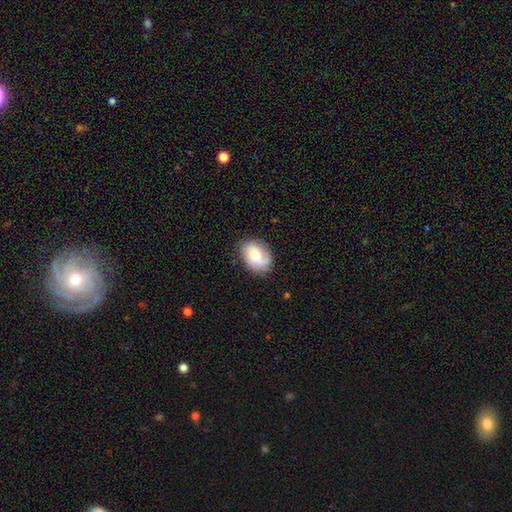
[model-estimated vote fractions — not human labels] Overall: smooth (59%; featured or disk 34%). How rounded: in between (78%). Merging: none (76%).